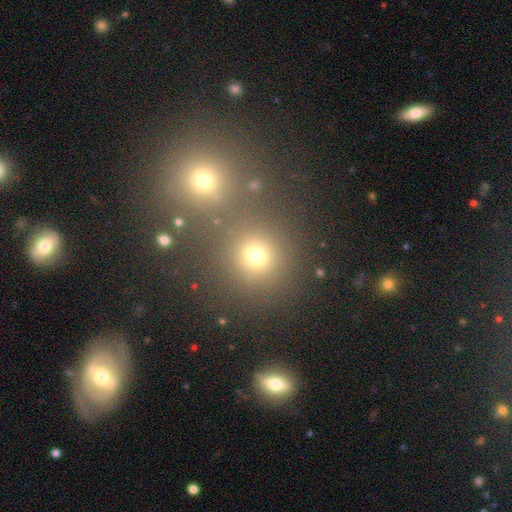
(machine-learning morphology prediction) This appears to be a smooth galaxy with no disk features (68%) that is round (89%). Merging: none (68%).